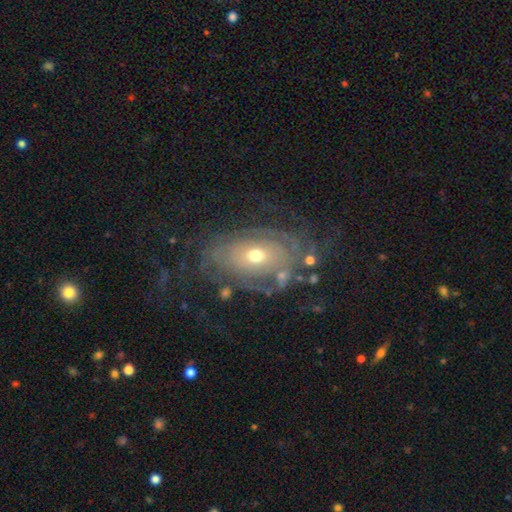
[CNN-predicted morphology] Smooth or featured: featured or disk — 74% (smooth — 18%)
Edge-on disk: no — 94% (yes — 6%)
Bar: no — 79% (weak — 16%)
Spiral arms: yes — 73% (no — 27%)
Spiral winding: tight — 65% (medium — 23%)
Spiral arm count: can't tell — 54% (2 — 17%)
Bulge size: moderate — 58% (small — 36%)
Merging: none — 60% (minor disturbance — 20%)